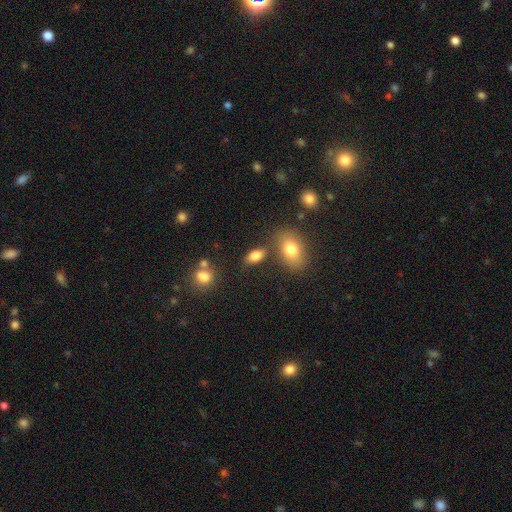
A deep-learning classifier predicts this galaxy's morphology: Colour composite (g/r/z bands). It shows a smooth galaxy with no disk features (83%) that is in between round and cigar-shaped (88%). Merging: none (73%).